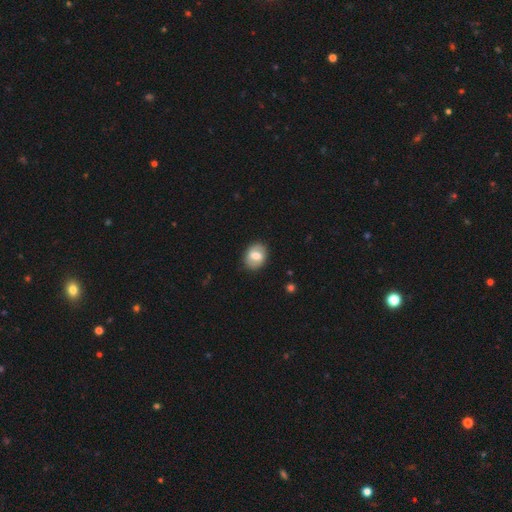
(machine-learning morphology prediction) smooth-or-featured: smooth: 59% | featured or disk: 34% | star or artifact: 7%
  how-rounded: in between: 62% | round: 37% | cigar-shaped: 1%
  merging: none: 85% | minor disturbance: 11% | major disturbance: 3% | merger: 1%